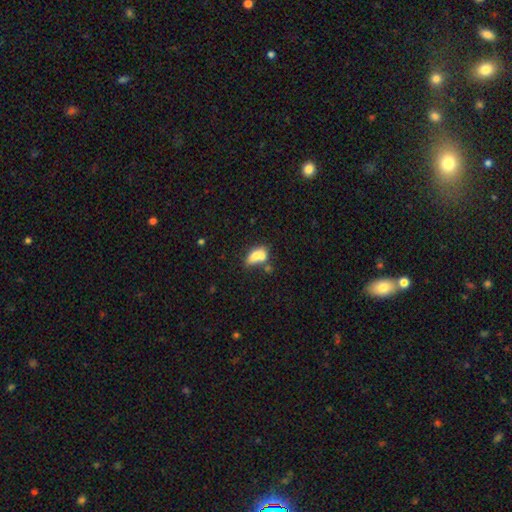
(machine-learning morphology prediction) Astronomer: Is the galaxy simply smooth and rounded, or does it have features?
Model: smooth — 69%.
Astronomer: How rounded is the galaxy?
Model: in between — 81%.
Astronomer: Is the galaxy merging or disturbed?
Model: merger — 53%.